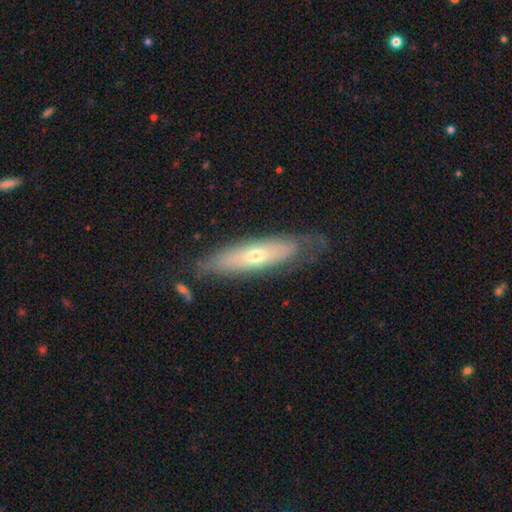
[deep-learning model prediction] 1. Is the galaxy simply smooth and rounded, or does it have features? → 55% featured or disk, 38% smooth, 7% star or artifact.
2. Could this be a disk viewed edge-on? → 50% yes (tied), 50% no (tied).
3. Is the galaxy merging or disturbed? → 69% none, 21% minor disturbance, 7% major disturbance, 3% merger.